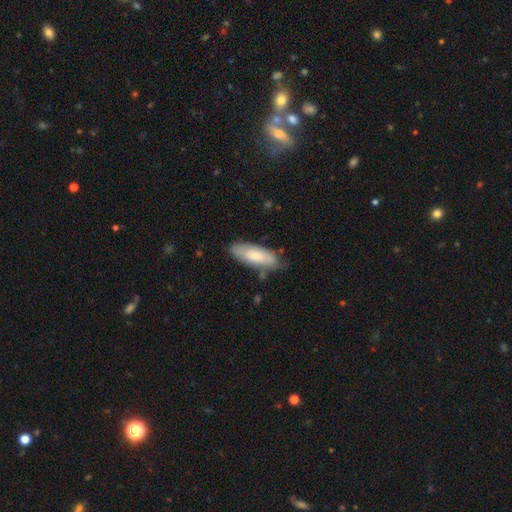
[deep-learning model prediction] Smooth or featured?
  - smooth: 71% *
  - featured or disk: 23%
  - star or artifact: 6%
How rounded?
  - in between: 72% *
  - cigar-shaped: 27%
  - round: 2%
Merging?
  - none: 74% *
  - minor disturbance: 19%
  - major disturbance: 4%
  - merger: 3%